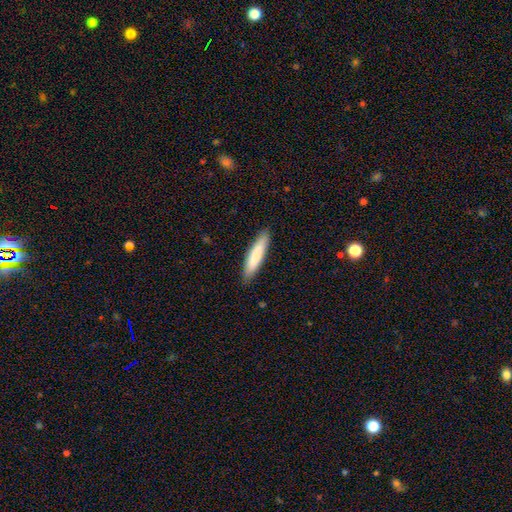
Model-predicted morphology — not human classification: A smooth galaxy with no disk features (82%) that is cigar-shaped (81%). Merging: none (87%).